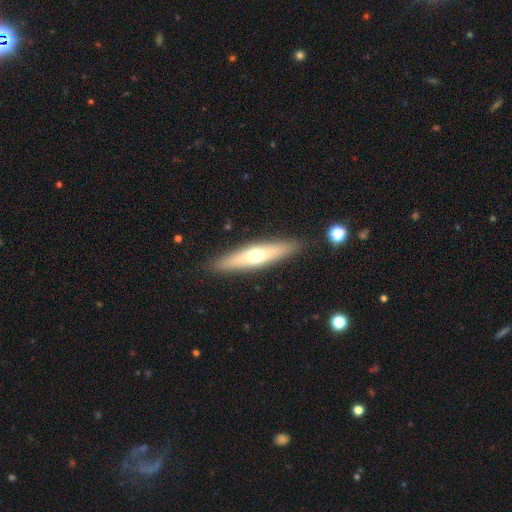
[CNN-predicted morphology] A featured or disk galaxy (48%). Merging: none (89%).